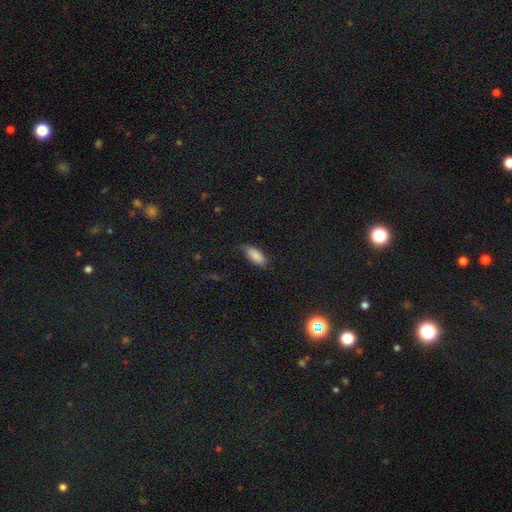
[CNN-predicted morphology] A smooth galaxy with no disk features (86%) that is in between round and cigar-shaped (81%). Merging: none (72%).